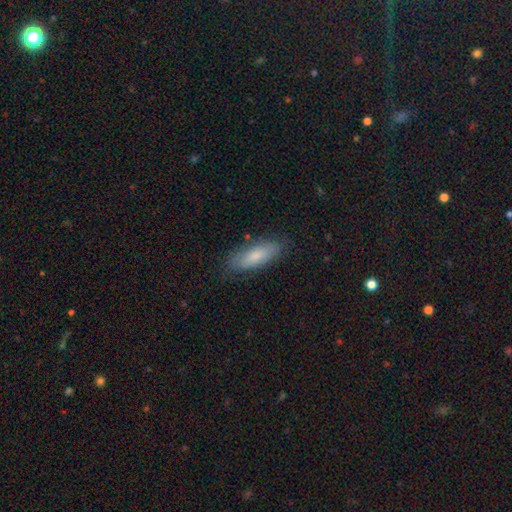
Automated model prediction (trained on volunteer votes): This appears to be a smooth galaxy with no disk features (75%) that is in between round and cigar-shaped (63%). Merging: none (81%).